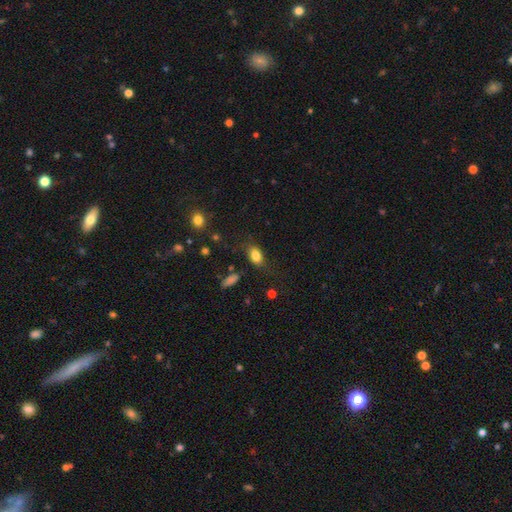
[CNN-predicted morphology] Q: Smooth or featured?
A: smooth (81%); runner-up: star or artifact (10%)
Q: How rounded?
A: in between (79%); runner-up: round (18%)
Q: Merging?
A: none (73%); runner-up: minor disturbance (18%)